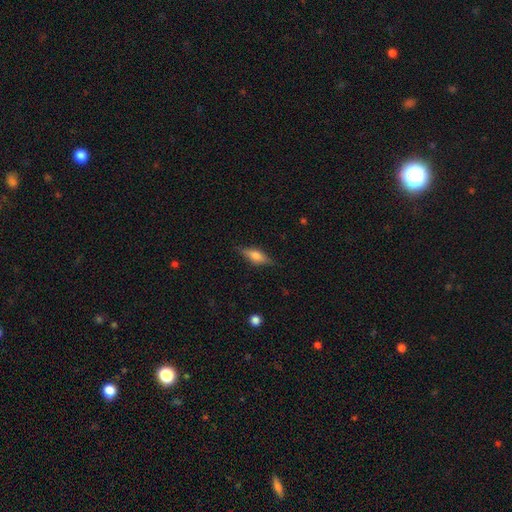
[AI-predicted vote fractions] This is possibly a featured or disk galaxy (49%). Merging: clearly none (84%).